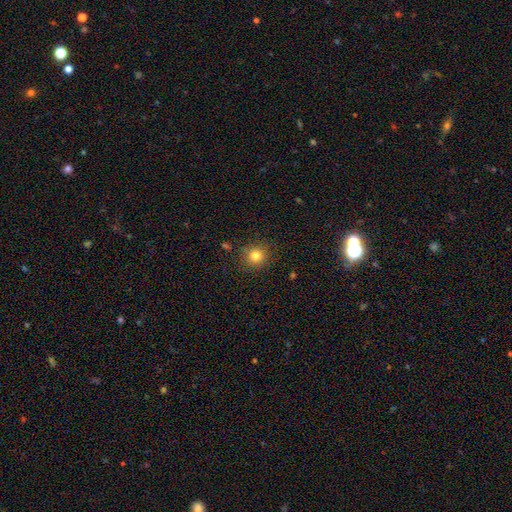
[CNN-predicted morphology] Smooth or featured?
  - smooth: 81% *
  - star or artifact: 13%
  - featured or disk: 6%
How rounded?
  - round: 92% *
  - in between: 7%
  - cigar-shaped: 1%
Merging?
  - none: 87% *
  - minor disturbance: 8%
  - major disturbance: 3%
  - merger: 2%